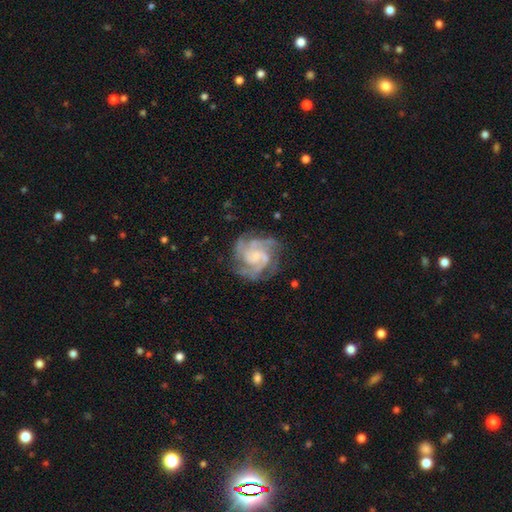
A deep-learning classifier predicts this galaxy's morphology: This is clearly a featured or disk galaxy (87%). It is clearly not viewed edge-on (98%). Bar: possibly no (59%). Spiral arm pattern: clearly yes (97%). Spiral arm count: marginally 3 (40%). Spiral winding: possibly tight (48%). Central bulge: marginally small (43%). Merging: likely none (70%).